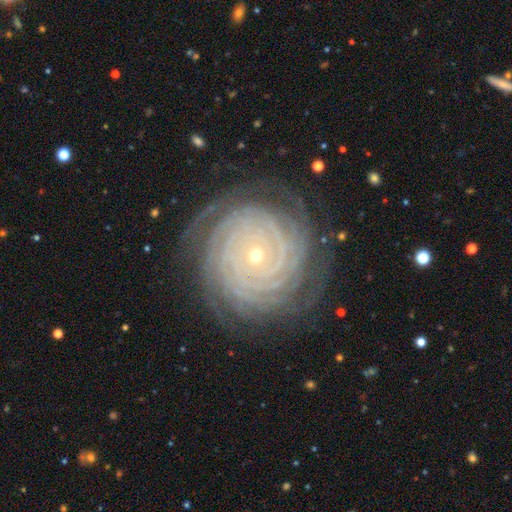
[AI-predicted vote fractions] A featured or disk galaxy (89%) with no bar (76%), more than 4 (34%) tight (92%) spiral arms (98%) and a small central bulge (75%).

Vote fractions:
- Smooth or featured? featured or disk: 89% / star or artifact: 6% / smooth: 5%
- Edge-on disk? no: 97% / yes: 3%
- Bar? no: 76% / weak: 15% / strong: 9%
- Spiral arms? yes: 98% / no: 2%
- Spiral winding? tight: 92% / medium: 7% / loose: 2%
- Spiral arm count? more than 4: 34% / 4: 19% / can't tell: 18% / 3: 11% / 2: 10% / 1: 8%
- Bulge size? small: 75% / moderate: 22% / large: 1% / none: 1% / dominant: 1%
- Merging? none: 82% / minor disturbance: 13% / major disturbance: 4% / merger: 1%